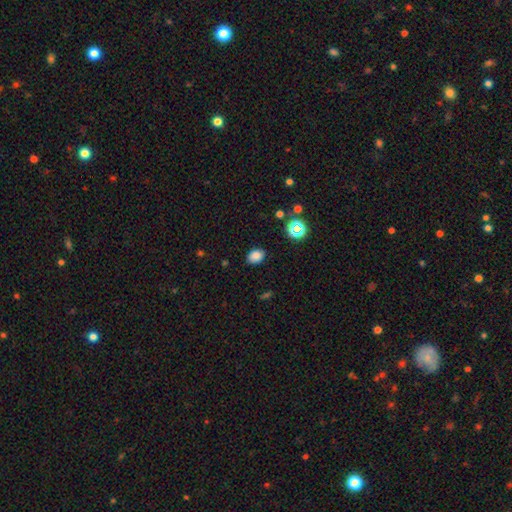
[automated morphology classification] The model was most divided on "how rounded": in between: 67%, round: 32%, cigar-shaped: 1%. More confident: merging — none (85%); smooth or featured — smooth (81%).